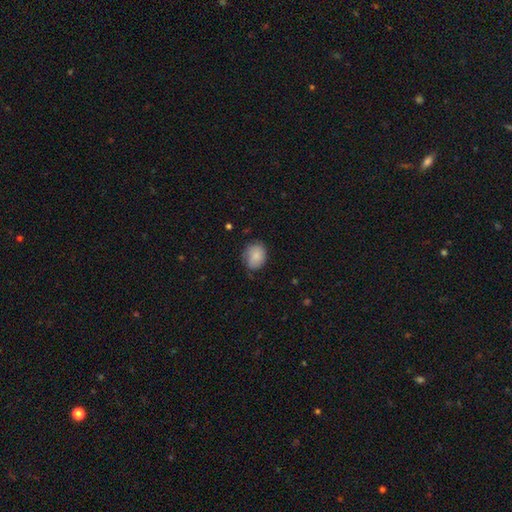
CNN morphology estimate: Smooth or featured: smooth — 85% (star or artifact — 7%)
How rounded: round — 50% (tied with in between — 50%)
Merging: none — 69% (minor disturbance — 24%)